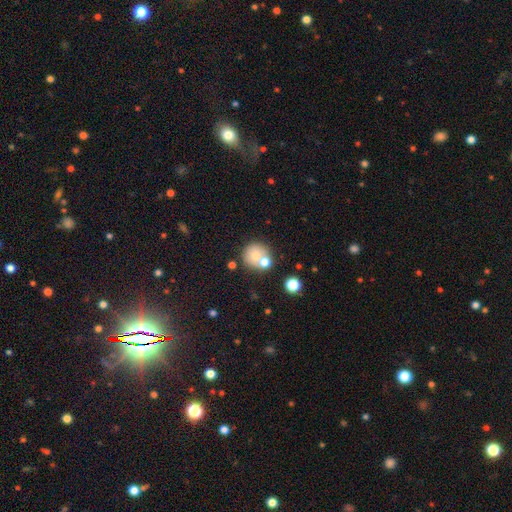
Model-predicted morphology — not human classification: type=smooth (69%); roundness=round (89%); merging=none (53%).